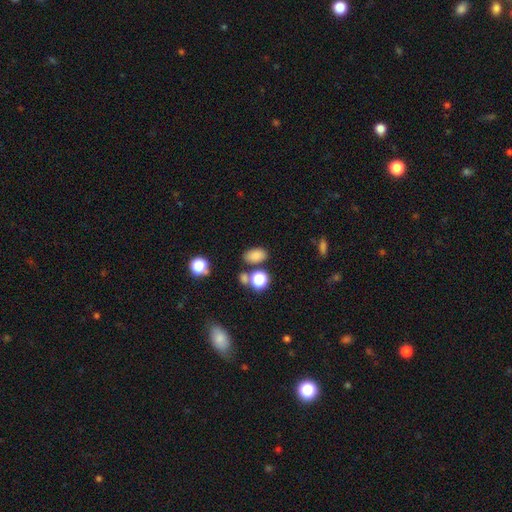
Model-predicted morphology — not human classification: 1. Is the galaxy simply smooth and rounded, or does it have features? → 81% smooth, 14% star or artifact, 6% featured or disk.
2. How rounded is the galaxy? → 86% in between, 12% round, 1% cigar-shaped.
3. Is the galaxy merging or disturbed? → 74% none, 11% minor disturbance, 10% merger, 4% major disturbance.